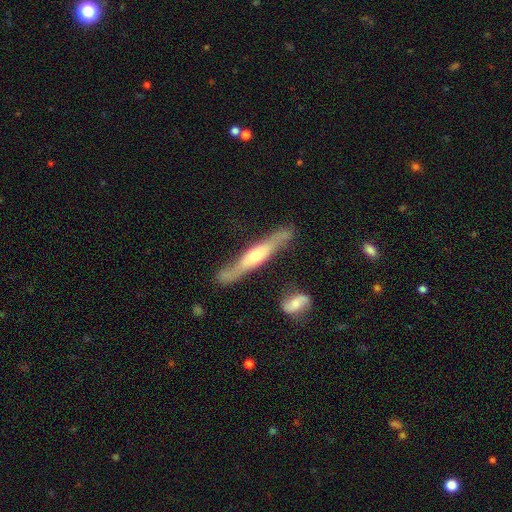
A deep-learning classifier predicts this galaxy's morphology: A featured or disk galaxy (71%) viewed edge-on (84%) with a rounded central bulge (84%).

Vote fractions:
- Smooth or featured? featured or disk: 71% / smooth: 24% / star or artifact: 5%
- Edge-on disk? yes: 84% / no: 16%
- Edge-on bulge? rounded: 84% / none: 8% / boxy: 8%
- Merging? none: 74% / minor disturbance: 17% / major disturbance: 5% / merger: 4%